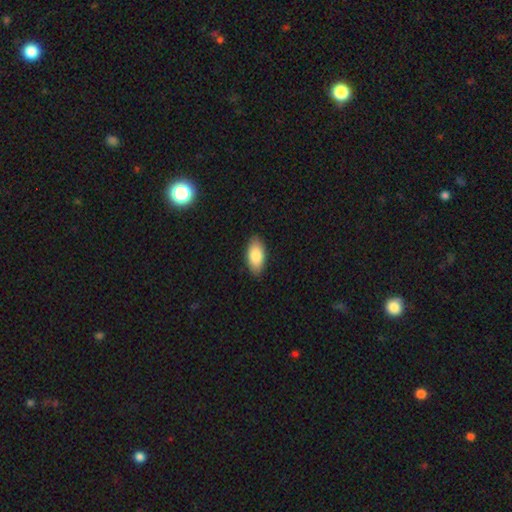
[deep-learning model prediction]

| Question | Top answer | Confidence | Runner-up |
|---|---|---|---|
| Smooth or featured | smooth | 85% | featured or disk (9%) |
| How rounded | in between | 92% | cigar-shaped (5%) |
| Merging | none | 88% | minor disturbance (10%) |